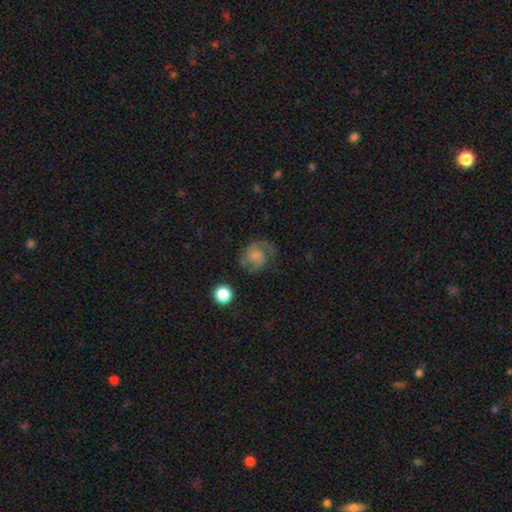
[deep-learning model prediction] Overall: featured or disk (53%; smooth 37%). Edge-on disk: no (98%). Bar: no (67%; weak 28%). Spiral arms: yes (86%). Bulge size: none (47%; small 31%). Merging: none (47%; major disturbance 28%).